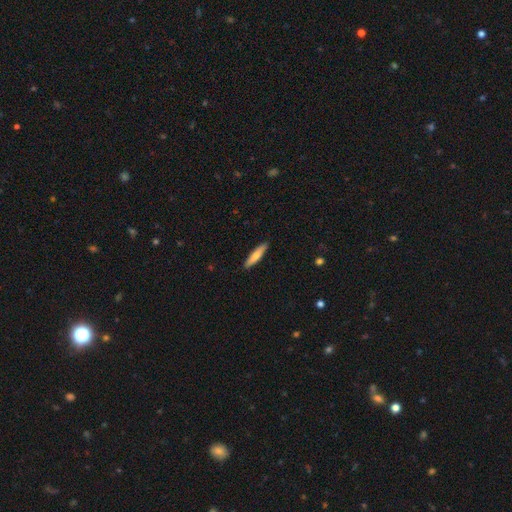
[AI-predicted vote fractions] This is likely a smooth galaxy (70%). How rounded: clearly cigar-shaped (86%). Merging: clearly none (91%).